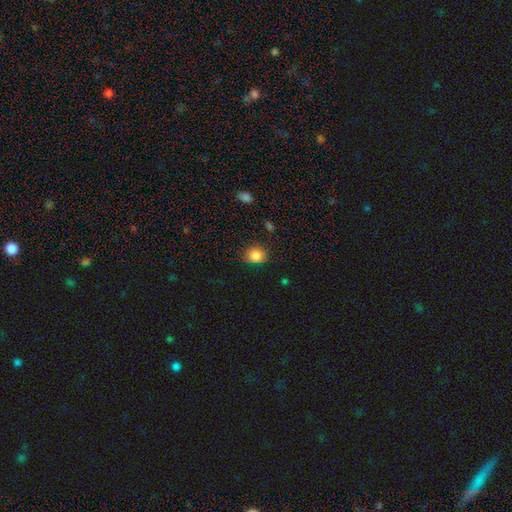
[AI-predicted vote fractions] smooth-or-featured: smooth: 85% | star or artifact: 11% | featured or disk: 5%
  how-rounded: round: 71% | in between: 28% | cigar-shaped: 1%
  merging: none: 79% | minor disturbance: 15% | major disturbance: 3% | merger: 2%